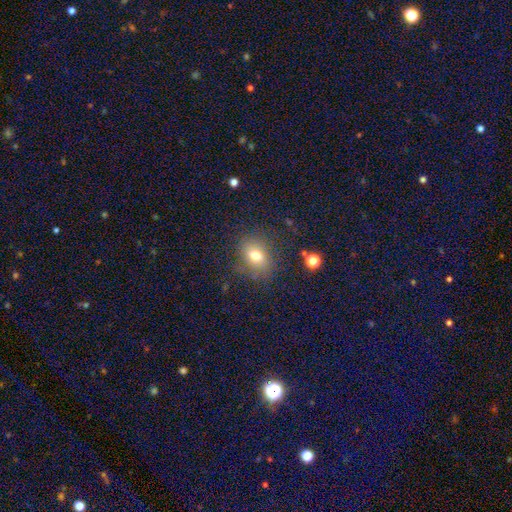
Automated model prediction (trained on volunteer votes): smooth_or_featured: smooth (p=0.74) [alt: star or artifact p=0.14]
how_rounded: in between (p=0.62) [alt: round p=0.37]
merging: none (p=0.76) [alt: minor disturbance p=0.15]